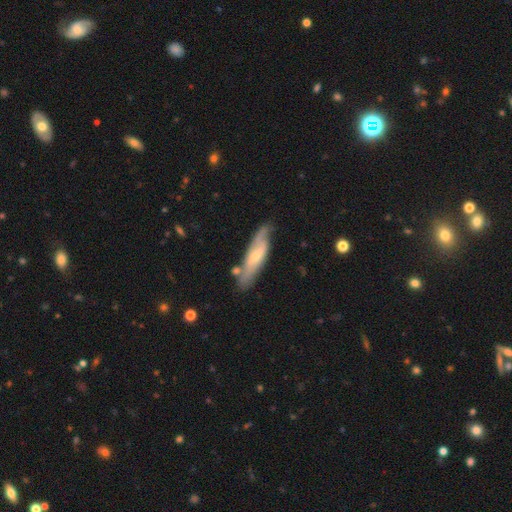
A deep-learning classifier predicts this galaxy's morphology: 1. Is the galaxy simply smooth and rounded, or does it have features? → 58% featured or disk, 36% smooth, 6% star or artifact.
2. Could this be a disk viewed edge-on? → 62% no, 38% yes.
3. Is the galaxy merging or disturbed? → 65% none, 22% minor disturbance, 7% merger, 6% major disturbance.